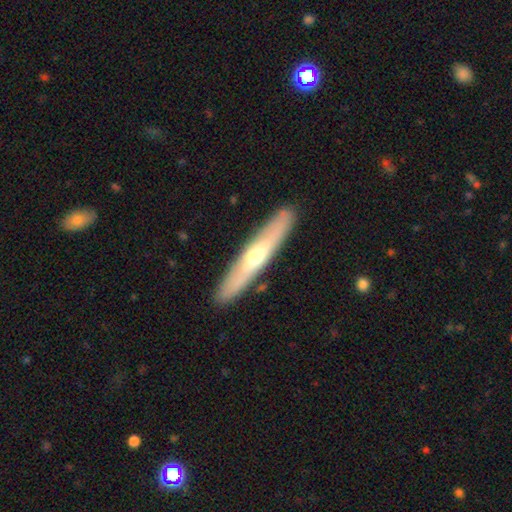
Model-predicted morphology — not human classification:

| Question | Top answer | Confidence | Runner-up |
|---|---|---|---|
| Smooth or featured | featured or disk | 53% | smooth (42%) |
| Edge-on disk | yes | 77% | no (23%) |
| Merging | none | 89% | minor disturbance (8%) |